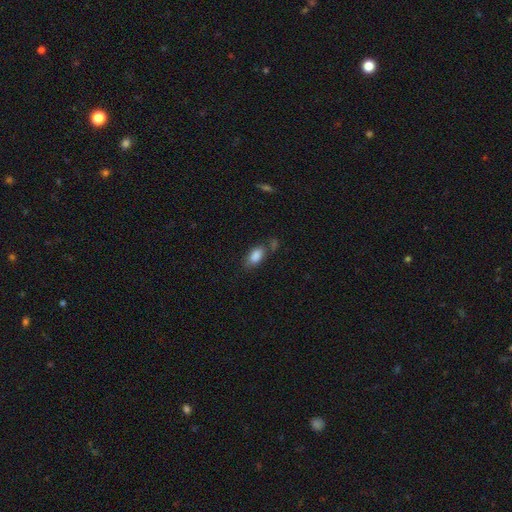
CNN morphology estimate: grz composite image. It shows a smooth galaxy with no disk features (85%) that is in between round and cigar-shaped (89%). Merging: none (59%).